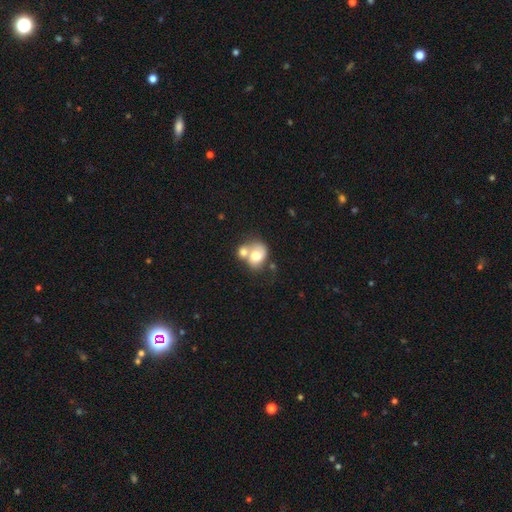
Overall: smooth (51%; featured or disk 46%). How rounded: in between (55%; round 45%). Merging: merger (66%).